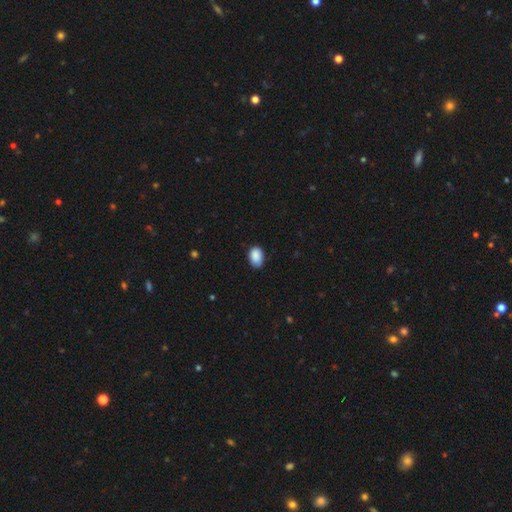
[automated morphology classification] This is clearly a smooth galaxy (90%). How rounded: clearly in between (84%). Merging: likely none (78%).